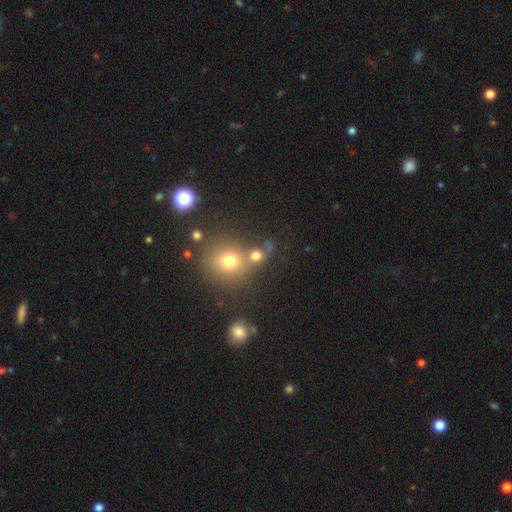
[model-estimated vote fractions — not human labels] This is likely a smooth galaxy (70%). How rounded: likely round (80%). Merging: possibly none (49%).